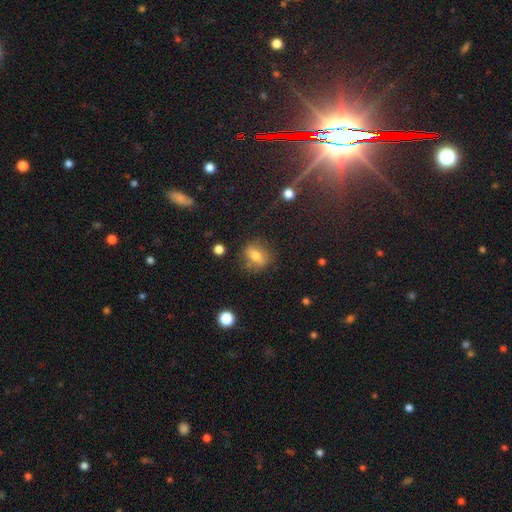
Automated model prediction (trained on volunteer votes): smooth_or_featured: smooth (p=0.67) [alt: featured or disk p=0.21]
how_rounded: in between (p=0.55) [alt: round p=0.41]
merging: none (p=0.73) [alt: minor disturbance p=0.17]